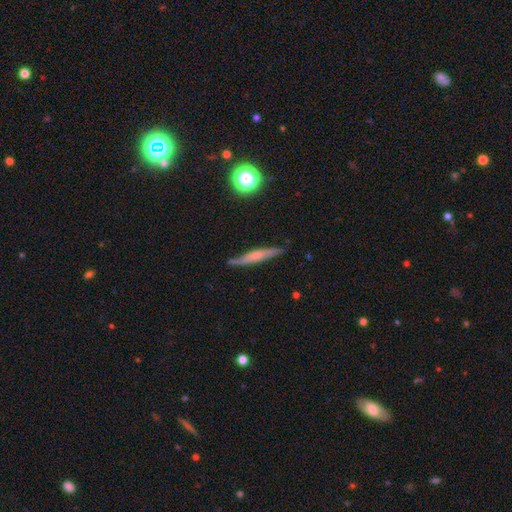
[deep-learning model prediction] The model was most divided on "smooth or featured": featured or disk: 50%, smooth: 42%, star or artifact: 8%. More confident: merging — none (78%).